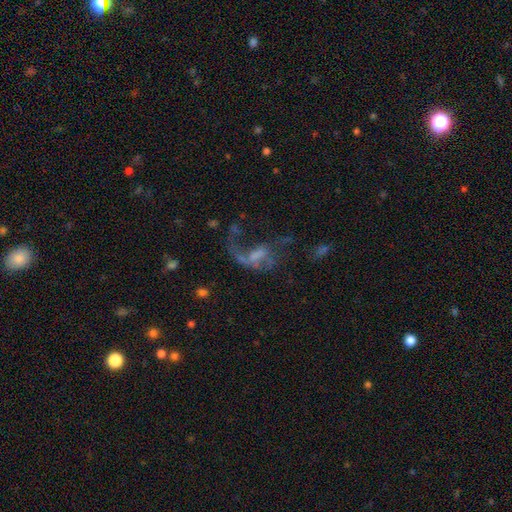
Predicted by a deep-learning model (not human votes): The model was most divided on "bulge size": none: 40%, small: 32%, moderate: 21%, large: 5%, dominant: 2%. Remaining: edge-on disk — no (96%); spiral arms — yes (66%); smooth or featured — featured or disk (65%); bar — no (54%); merging — major disturbance (48%).